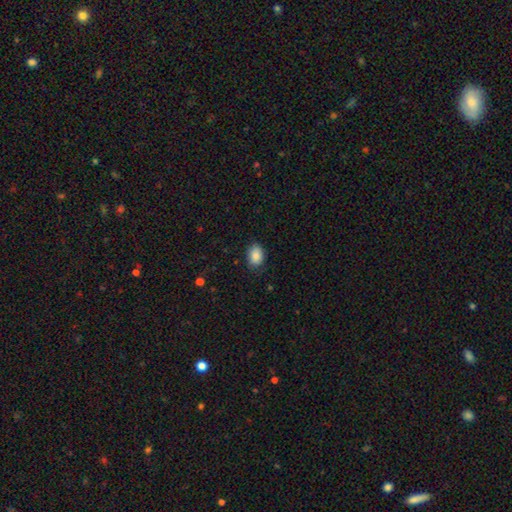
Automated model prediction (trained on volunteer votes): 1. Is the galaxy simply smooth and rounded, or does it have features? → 88% smooth, 8% star or artifact, 5% featured or disk.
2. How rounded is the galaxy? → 79% in between, 19% round, 1% cigar-shaped.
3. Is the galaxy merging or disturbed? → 82% none, 14% minor disturbance, 3% major disturbance, 1% merger.